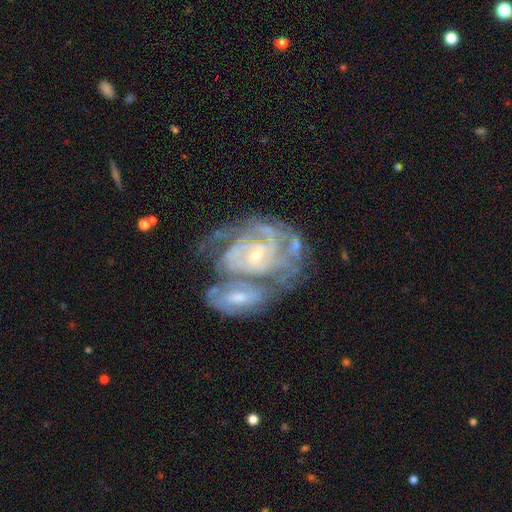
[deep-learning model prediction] A featured or disk galaxy (86%) with no bar (64%), tight (70%) spiral arms (91%) and a small central bulge (71%). Merging: merger (58%).